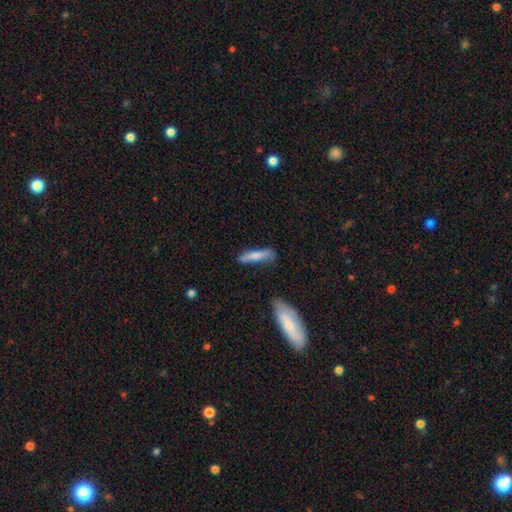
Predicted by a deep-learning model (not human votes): Q: Smooth or featured?
A: smooth (72%); runner-up: featured or disk (23%)
Q: How rounded?
A: cigar-shaped (84%); runner-up: in between (15%)
Q: Merging?
A: none (67%); runner-up: minor disturbance (23%)